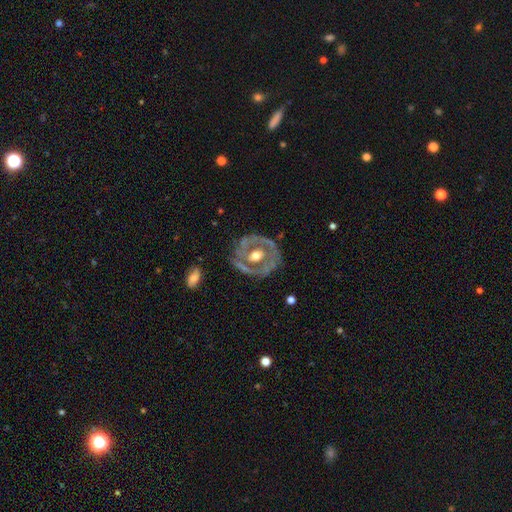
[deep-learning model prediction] A featured or disk galaxy (77%) with no bar (63%), no spiral arms (52%) and a moderate central bulge (74%).

Vote fractions:
- Smooth or featured? featured or disk: 77% / smooth: 18% / star or artifact: 5%
- Edge-on disk? no: 96% / yes: 4%
- Bar? no: 63% / weak: 25% / strong: 12%
- Spiral arms? no: 52% / yes: 48%
- Bulge size? moderate: 74% / large: 14% / small: 10% / dominant: 1% / none: 1%
- Merging? none: 70% / minor disturbance: 18% / major disturbance: 9% / merger: 2%